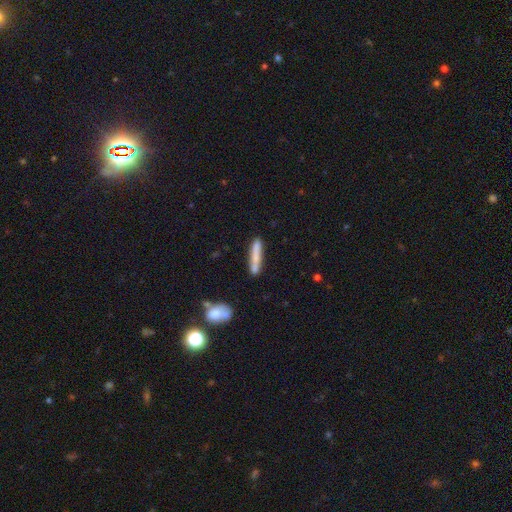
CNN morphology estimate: A smooth galaxy with no disk features (69%) that is cigar-shaped (91%). Merging: none (73%).